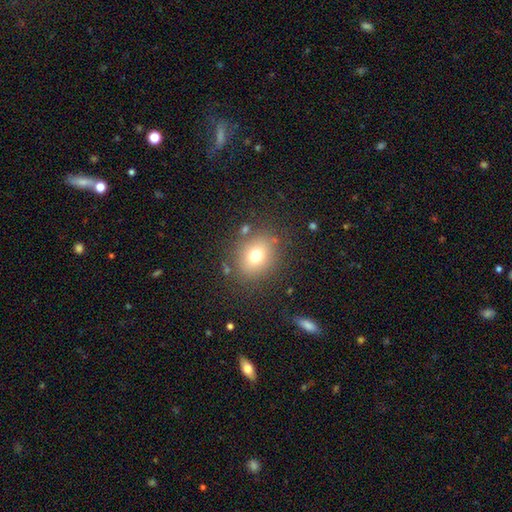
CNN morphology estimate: Smooth or featured?
  - smooth: 73% *
  - star or artifact: 14%
  - featured or disk: 13%
How rounded?
  - round: 66% *
  - in between: 34%
  - cigar-shaped: 1%
Merging?
  - none: 81% *
  - minor disturbance: 11%
  - major disturbance: 5%
  - merger: 3%